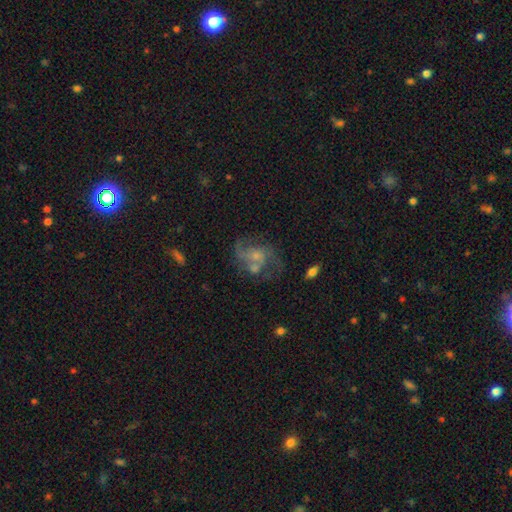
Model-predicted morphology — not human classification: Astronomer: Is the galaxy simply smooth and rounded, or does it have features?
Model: featured or disk — 68%.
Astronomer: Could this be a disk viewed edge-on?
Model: no — 97%.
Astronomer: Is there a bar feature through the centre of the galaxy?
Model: no — 66%.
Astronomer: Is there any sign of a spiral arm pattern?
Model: yes — 83%.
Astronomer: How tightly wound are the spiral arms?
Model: medium — 44% (runner-up: loose, 40%).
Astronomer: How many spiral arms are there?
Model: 2 — 58%.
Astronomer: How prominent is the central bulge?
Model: small — 49% (runner-up: moderate, 35%).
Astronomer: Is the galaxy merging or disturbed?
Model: none — 49%.